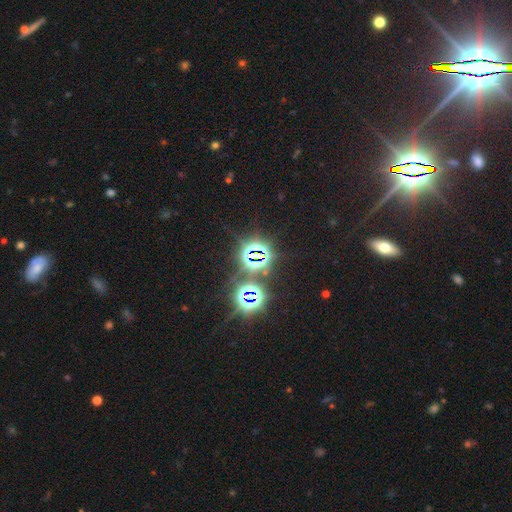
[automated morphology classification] smooth_or_featured: star or artifact (p=0.84) [alt: smooth p=0.09]